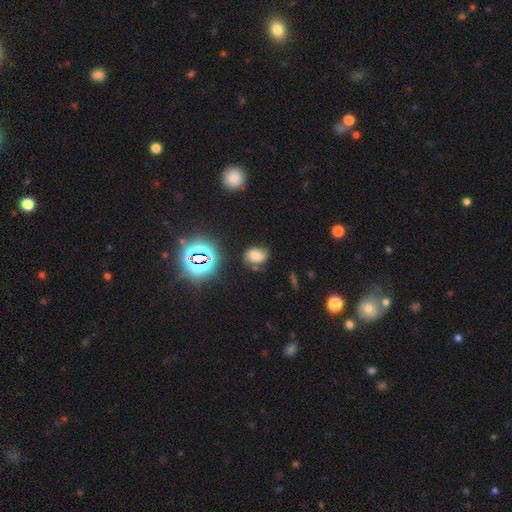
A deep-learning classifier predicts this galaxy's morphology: smooth-or-featured: smooth: 56% | star or artifact: 23% | featured or disk: 21%
  how-rounded: in between: 64% | round: 35% | cigar-shaped: 1%
  merging: none: 63% | minor disturbance: 24% | major disturbance: 9% | merger: 4%